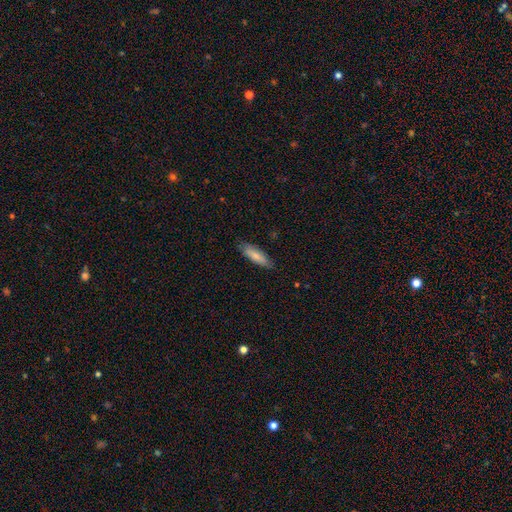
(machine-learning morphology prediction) A smooth galaxy with no disk features (79%) that is cigar-shaped (53%). Merging: none (80%).